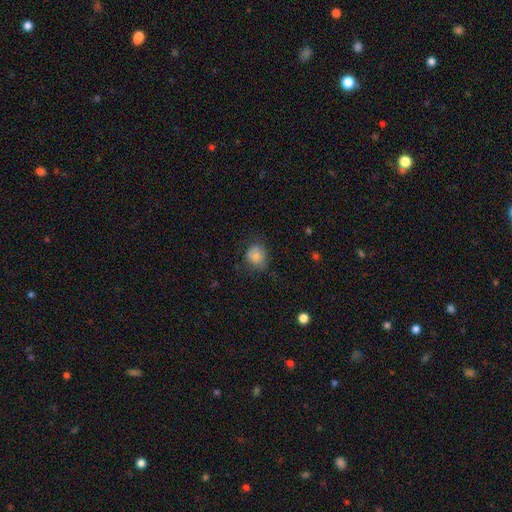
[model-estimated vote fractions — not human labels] Smooth or featured? smooth (79%)
How rounded? round (71%)
Merging? none (65%)